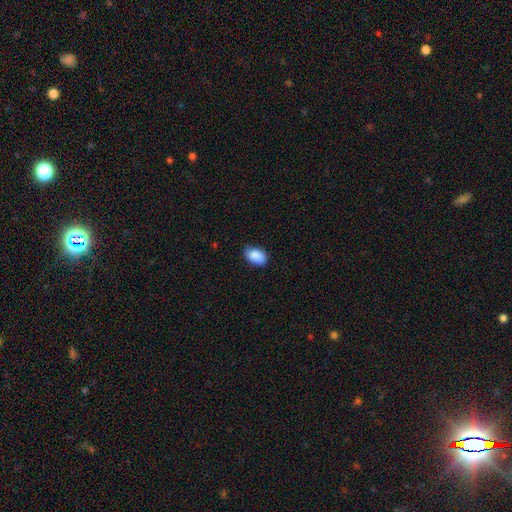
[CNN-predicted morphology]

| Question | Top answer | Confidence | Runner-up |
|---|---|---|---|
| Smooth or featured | smooth | 88% | star or artifact (7%) |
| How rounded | in between | 89% | round (10%) |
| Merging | none | 77% | minor disturbance (19%) |